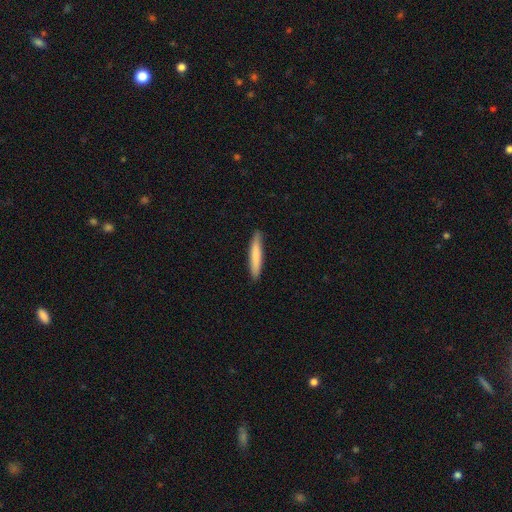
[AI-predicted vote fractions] A smooth galaxy with no disk features (77%) that is cigar-shaped (93%).

Vote fractions:
- Smooth or featured? smooth: 77% / featured or disk: 18% / star or artifact: 5%
- How rounded? cigar-shaped: 93% / in between: 6% / round: 1%
- Merging? none: 88% / minor disturbance: 10% / major disturbance: 2% / merger: 1%